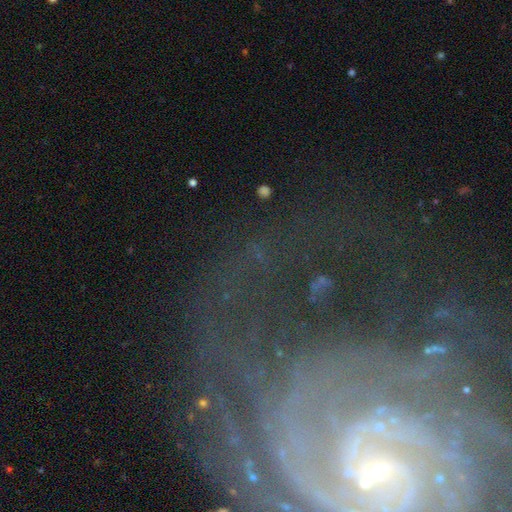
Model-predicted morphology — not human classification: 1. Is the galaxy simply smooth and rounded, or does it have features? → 75% featured or disk, 15% star or artifact, 10% smooth.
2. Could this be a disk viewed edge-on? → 95% no, 5% yes.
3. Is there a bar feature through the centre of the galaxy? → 43% no, 33% weak, 24% strong.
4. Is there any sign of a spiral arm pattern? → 86% yes, 14% no.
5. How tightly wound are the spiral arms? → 58% tight, 30% medium, 12% loose.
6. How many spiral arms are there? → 30% 2, 27% can't tell, 13% 3, 10% 4, 10% 1, 10% more than 4.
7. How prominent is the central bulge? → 65% small, 21% moderate, 8% none, 4% large, 2% dominant.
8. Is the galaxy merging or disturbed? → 62% none, 18% major disturbance, 16% minor disturbance, 5% merger.